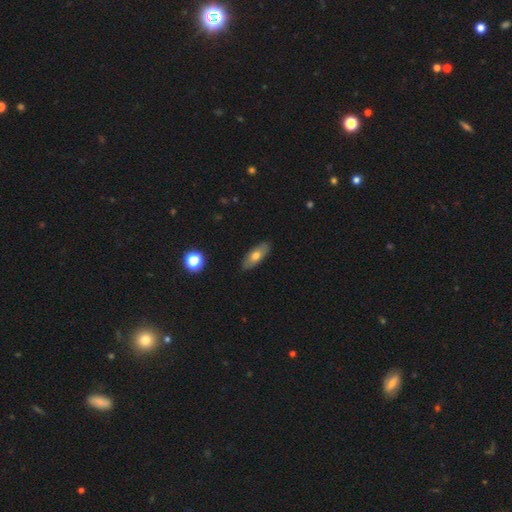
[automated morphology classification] smooth-or-featured: smooth: 64% | featured or disk: 29% | star or artifact: 7%
  how-rounded: in between: 78% | cigar-shaped: 18% | round: 4%
  merging: none: 86% | minor disturbance: 11% | major disturbance: 2% | merger: 1%